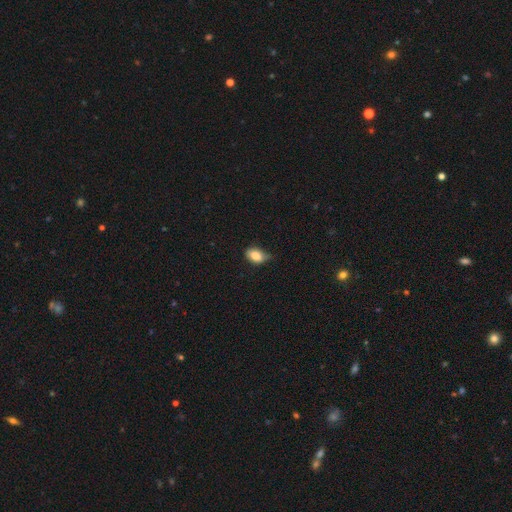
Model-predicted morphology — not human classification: smooth 83%, featured or disk 8%, star or artifact 8%. Down the decision tree: how rounded — in between (81%); merging — none (48%).